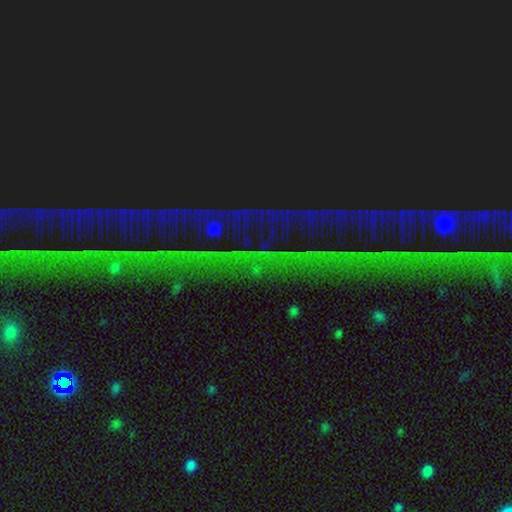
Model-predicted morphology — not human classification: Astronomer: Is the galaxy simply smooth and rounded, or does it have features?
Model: star or artifact — 85%.